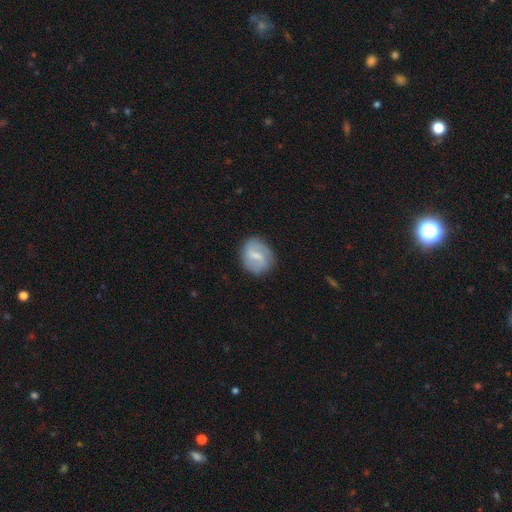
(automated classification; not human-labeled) A featured or disk galaxy (58%) with a weak bar (59%), spiral arms (80%) and a small central bulge (49%). Merging: none (76%).